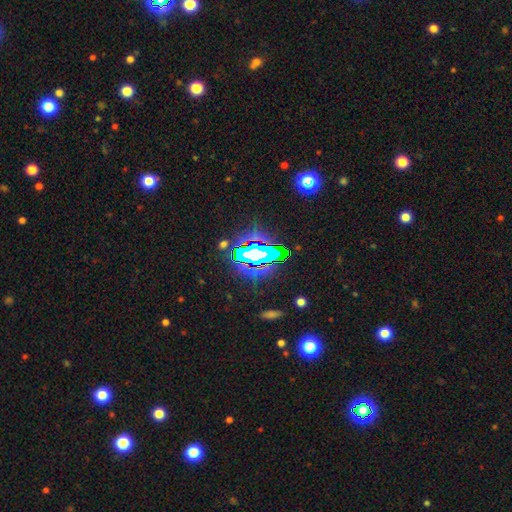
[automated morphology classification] Smooth or featured?
  - star or artifact: 65% *
  - smooth: 19%
  - featured or disk: 16%